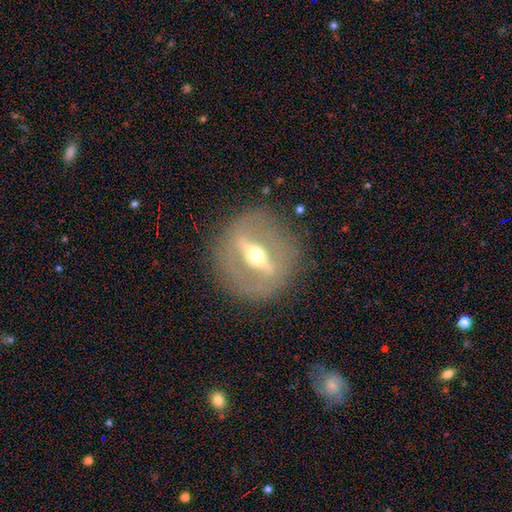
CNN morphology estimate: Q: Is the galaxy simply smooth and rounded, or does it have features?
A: featured or disk — 81%.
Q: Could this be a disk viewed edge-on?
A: no — 61%.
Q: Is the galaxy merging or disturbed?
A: none — 84%.